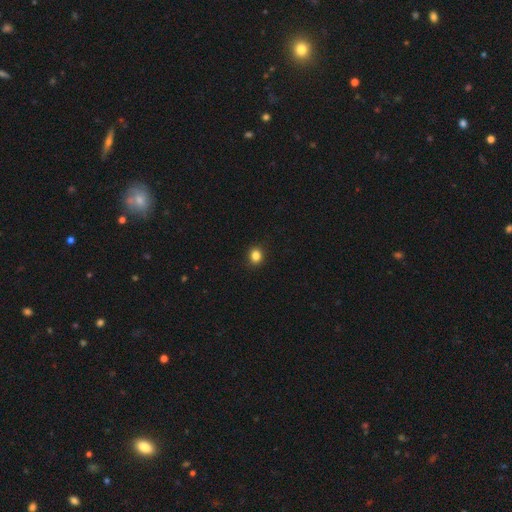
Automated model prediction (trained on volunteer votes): Morphology: type=smooth (84%); roundness=round (73%); merging=none (91%).